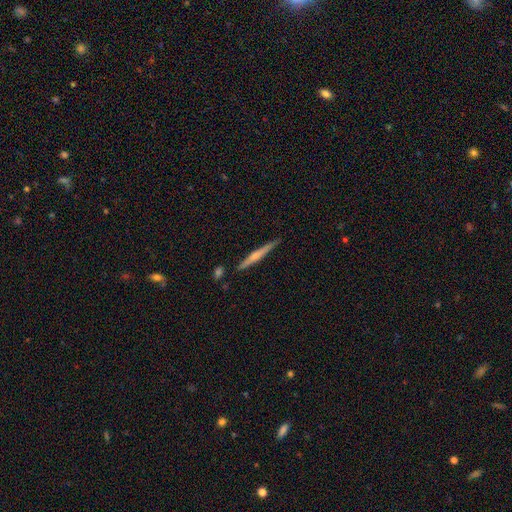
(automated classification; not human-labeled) The model was most divided on "smooth or featured": featured or disk: 56%, smooth: 39%, star or artifact: 6%. More confident: edge-on disk — yes (97%); merging — none (86%); edge-on bulge — rounded (63%).